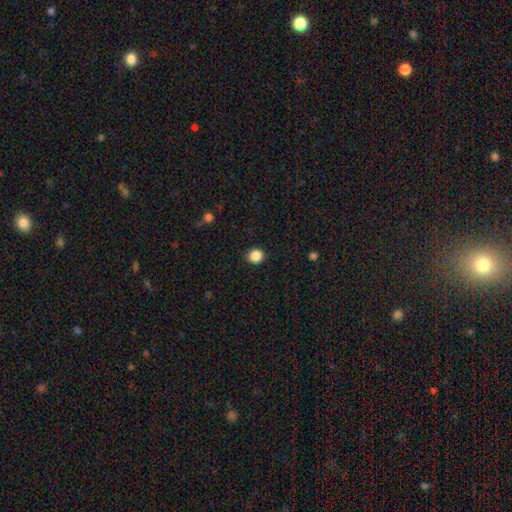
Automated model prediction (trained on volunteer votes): The model was most divided on "smooth or featured": smooth: 87%, star or artifact: 10%, featured or disk: 3%. More confident: merging — none (91%); how rounded — round (88%).